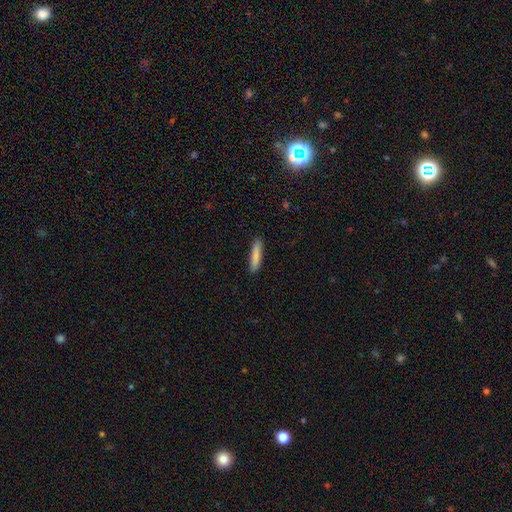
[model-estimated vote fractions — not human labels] Overall: smooth (86%). How rounded: cigar-shaped (86%). Merging: none (90%).